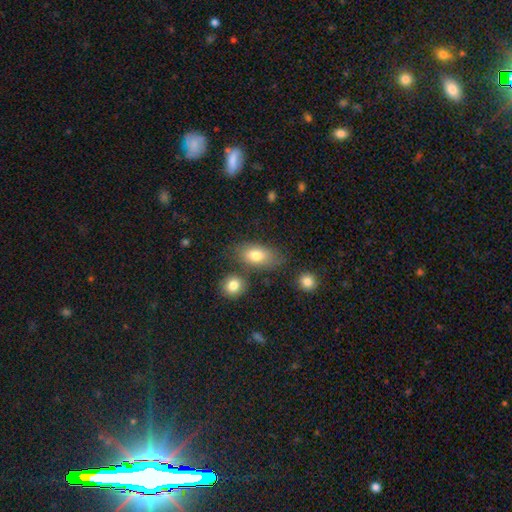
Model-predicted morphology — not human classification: smooth-or-featured: smooth: 78% | featured or disk: 14% | star or artifact: 8%
  how-rounded: in between: 87% | round: 9% | cigar-shaped: 4%
  merging: none: 64% | minor disturbance: 16% | merger: 14% | major disturbance: 5%